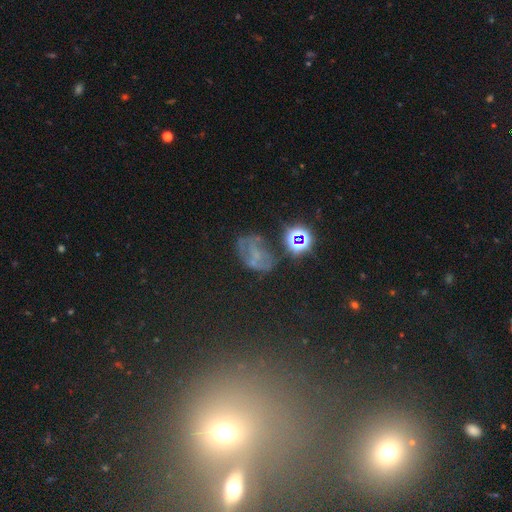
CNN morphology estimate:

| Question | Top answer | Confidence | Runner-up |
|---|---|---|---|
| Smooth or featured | star or artifact | 37% | featured or disk (35%) |